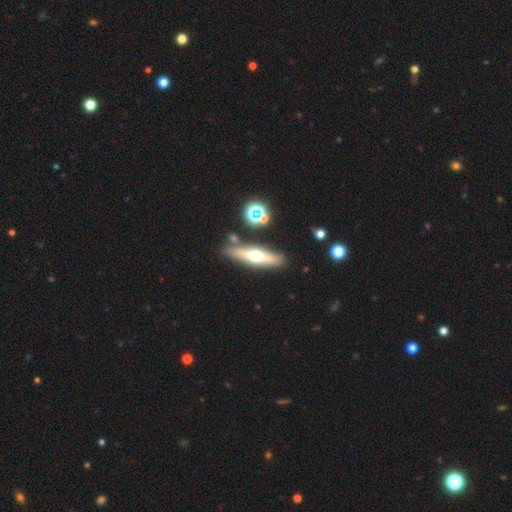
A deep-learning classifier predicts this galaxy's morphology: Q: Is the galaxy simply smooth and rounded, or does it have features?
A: featured or disk — 56%.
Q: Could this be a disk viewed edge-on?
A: yes — 91%.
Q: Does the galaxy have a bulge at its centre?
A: rounded — 94%.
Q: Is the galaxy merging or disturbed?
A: none — 83%.